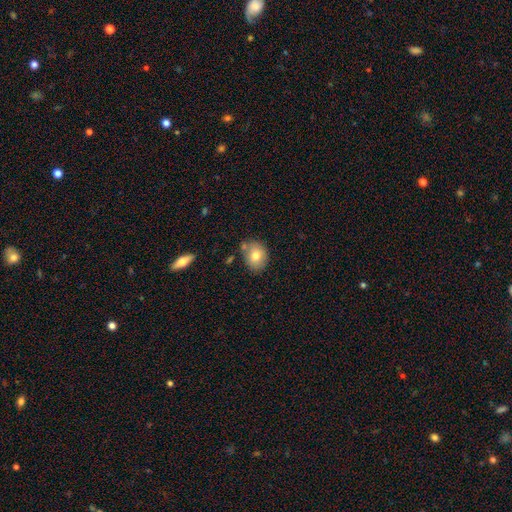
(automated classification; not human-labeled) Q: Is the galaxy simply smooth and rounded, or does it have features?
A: smooth — 75%.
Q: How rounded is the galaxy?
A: in between — 51%.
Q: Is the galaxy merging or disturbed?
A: none — 68%.